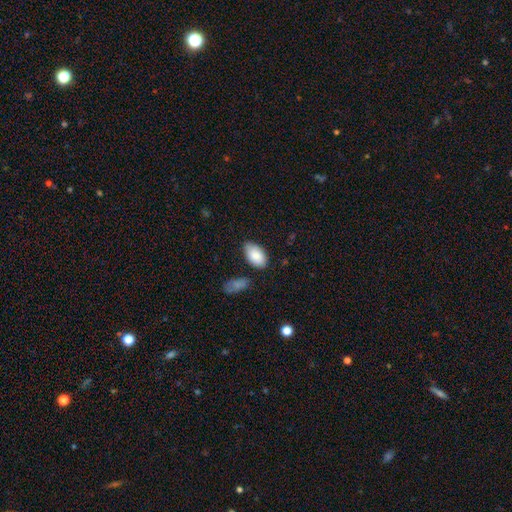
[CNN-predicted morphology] Smooth or featured: smooth — 85% (featured or disk — 8%)
How rounded: in between — 95% (round — 4%)
Merging: none — 70% (minor disturbance — 22%)